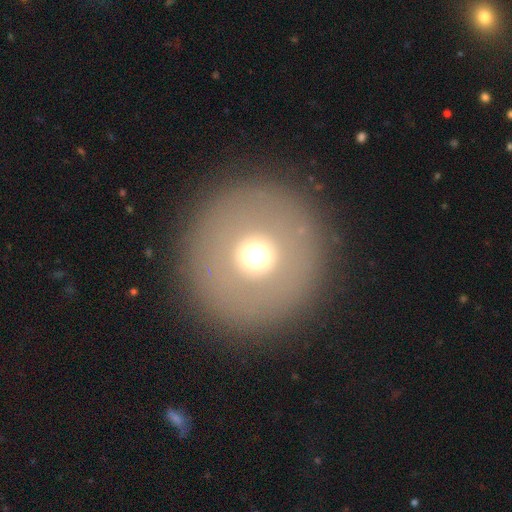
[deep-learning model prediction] Smooth or featured?
  - smooth: 58% *
  - featured or disk: 28%
  - star or artifact: 14%
How rounded?
  - round: 95% *
  - in between: 4%
  - cigar-shaped: 1%
Merging?
  - none: 87% *
  - minor disturbance: 6%
  - major disturbance: 5%
  - merger: 2%